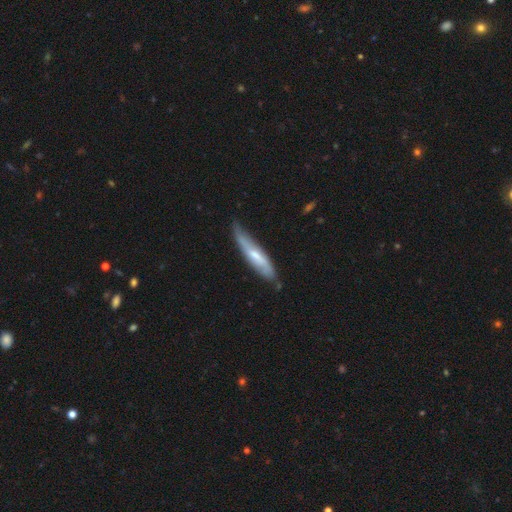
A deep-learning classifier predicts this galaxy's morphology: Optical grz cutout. It shows a featured or disk galaxy (52%) viewed edge-on (55%). Merging: none (64%).